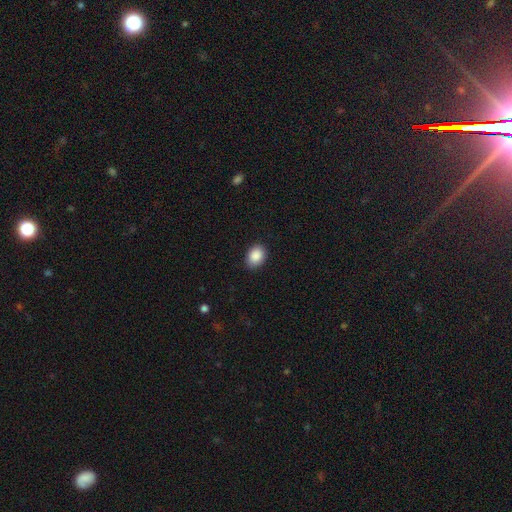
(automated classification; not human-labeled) smooth-or-featured: smooth: 89% | star or artifact: 8% | featured or disk: 3%
  how-rounded: in between: 71% | round: 28% | cigar-shaped: 1%
  merging: none: 87% | minor disturbance: 10% | major disturbance: 2% | merger: 1%